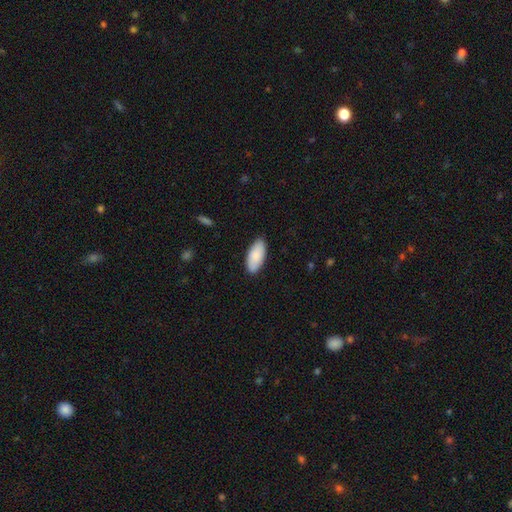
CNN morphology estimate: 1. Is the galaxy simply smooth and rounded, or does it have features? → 87% smooth, 8% featured or disk, 5% star or artifact.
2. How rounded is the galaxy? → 91% in between, 7% cigar-shaped, 2% round.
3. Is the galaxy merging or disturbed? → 85% none, 12% minor disturbance, 2% major disturbance, 1% merger.